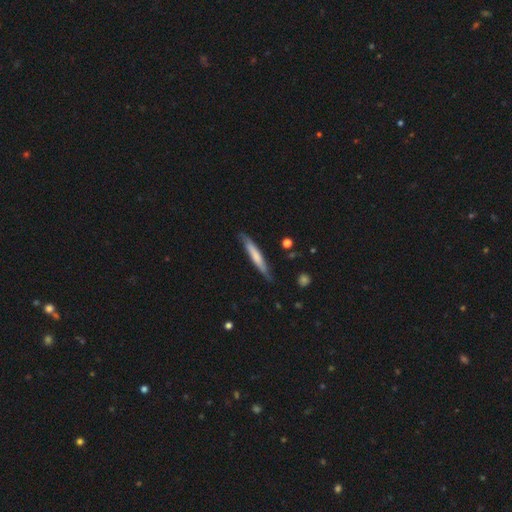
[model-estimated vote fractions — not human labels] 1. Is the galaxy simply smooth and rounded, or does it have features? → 58% smooth, 36% featured or disk, 5% star or artifact.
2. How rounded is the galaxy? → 94% cigar-shaped, 5% in between, 1% round.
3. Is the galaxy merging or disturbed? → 79% none, 17% minor disturbance, 3% major disturbance, 2% merger.